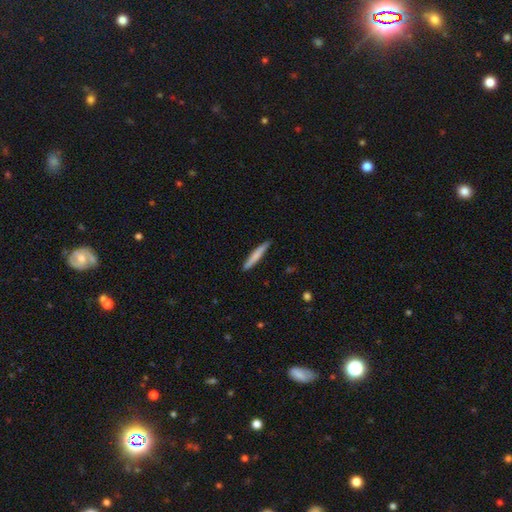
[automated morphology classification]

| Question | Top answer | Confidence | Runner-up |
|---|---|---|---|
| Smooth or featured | smooth | 71% | featured or disk (24%) |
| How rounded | cigar-shaped | 95% | in between (4%) |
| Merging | none | 88% | minor disturbance (9%) |